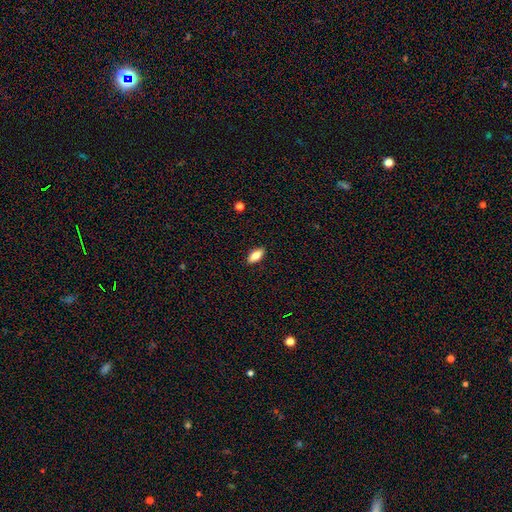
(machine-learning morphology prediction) Smooth or featured? Predicted: smooth (p=0.80). How rounded? Predicted: in between (p=0.87). Merging? Predicted: none (p=0.90).